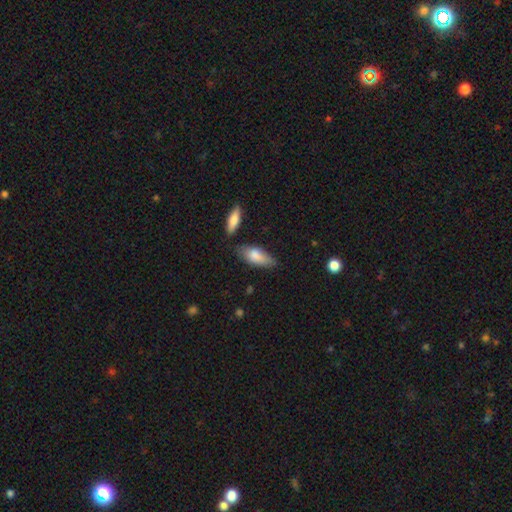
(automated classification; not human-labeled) The model was most divided on "merging": none: 61%, minor disturbance: 27%, merger: 7%, major disturbance: 5%. More confident: smooth or featured — smooth (80%); how rounded — in between (78%).